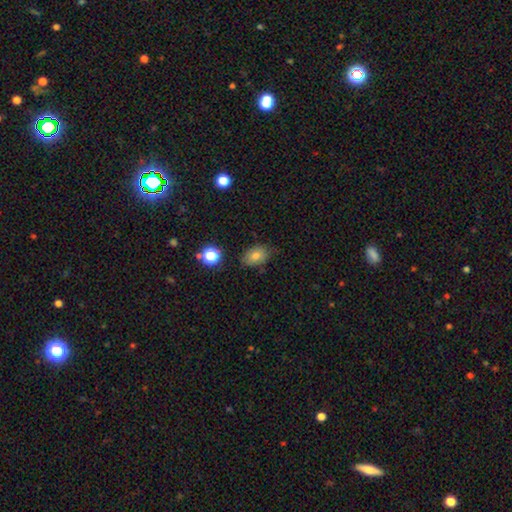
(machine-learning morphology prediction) Smooth or featured? smooth (78%)
How rounded? in between (78%)
Merging? none (77%)